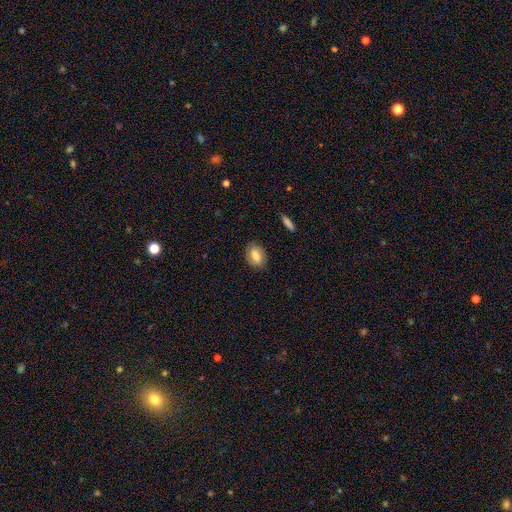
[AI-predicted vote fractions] Smooth or featured: smooth — 69% (featured or disk — 23%)
How rounded: in between — 78% (round — 19%)
Merging: none — 81% (minor disturbance — 14%)